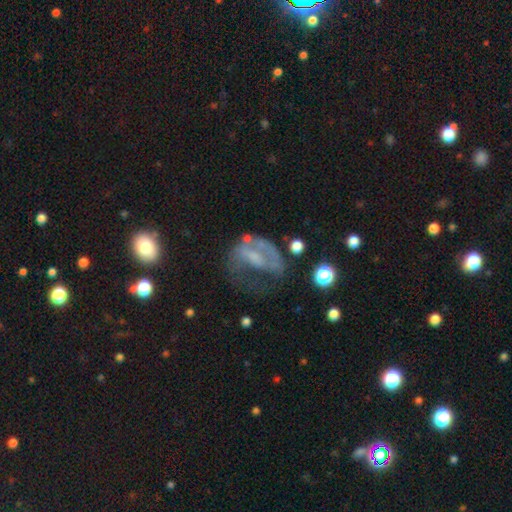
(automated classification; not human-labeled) The model was most divided on "bulge size": none: 45%, small: 28%, moderate: 21%, large: 4%, dominant: 1%. Remaining: edge-on disk — no (95%); spiral arms — no (65%); smooth or featured — featured or disk (58%); bar — no (57%); merging — major disturbance (47%).